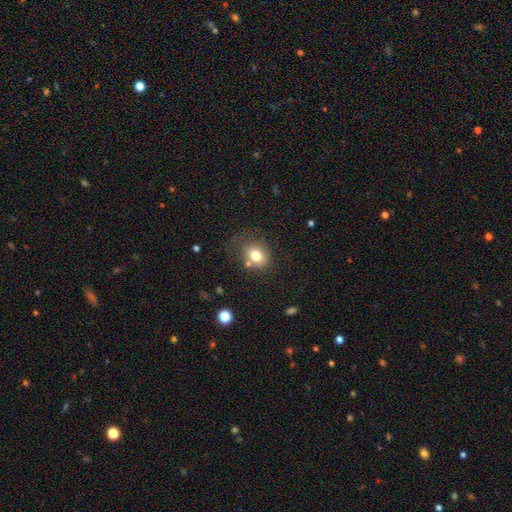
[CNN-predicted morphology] Smooth or featured? smooth (77%)
How rounded? in between (51%)
Merging? none (61%)